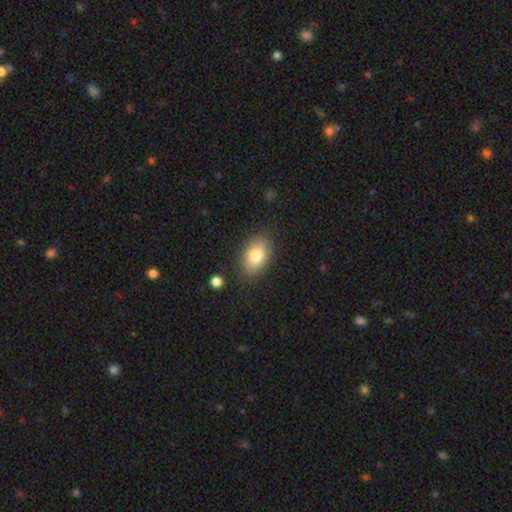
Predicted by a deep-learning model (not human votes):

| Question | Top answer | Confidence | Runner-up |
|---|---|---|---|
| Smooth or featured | smooth | 81% | featured or disk (11%) |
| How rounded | in between | 86% | round (12%) |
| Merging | none | 84% | minor disturbance (11%) |